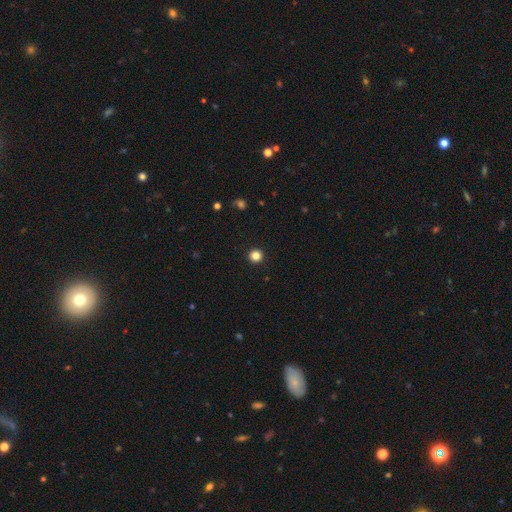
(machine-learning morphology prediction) smooth_or_featured: smooth (p=0.84) [alt: star or artifact p=0.12]
how_rounded: round (p=0.96) [alt: in between p=0.03]
merging: none (p=0.94) [alt: minor disturbance p=0.04]